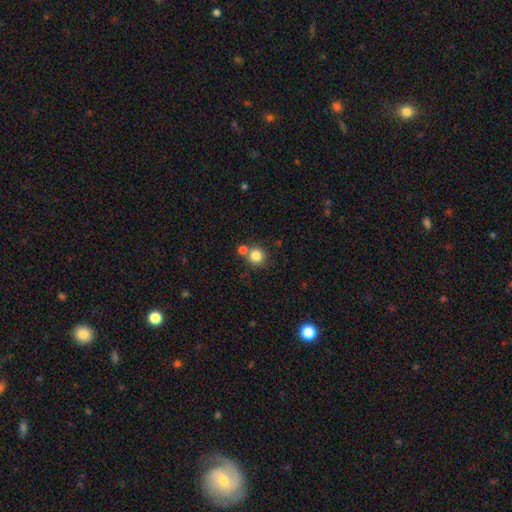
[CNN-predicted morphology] Smooth or featured?
  - smooth: 82% *
  - star or artifact: 11%
  - featured or disk: 7%
How rounded?
  - round: 92% *
  - in between: 7%
  - cigar-shaped: 1%
Merging?
  - none: 64% *
  - merger: 24%
  - minor disturbance: 8%
  - major disturbance: 3%